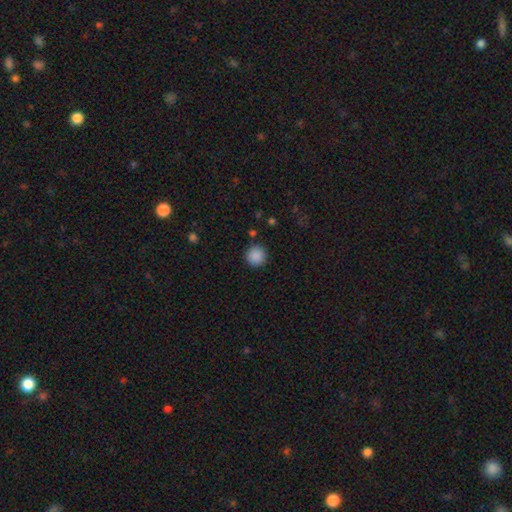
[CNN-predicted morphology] Smooth or featured?
  - smooth: 89% *
  - star or artifact: 9%
  - featured or disk: 3%
How rounded?
  - round: 95% *
  - in between: 4%
  - cigar-shaped: 1%
Merging?
  - none: 90% *
  - minor disturbance: 6%
  - major disturbance: 2%
  - merger: 2%